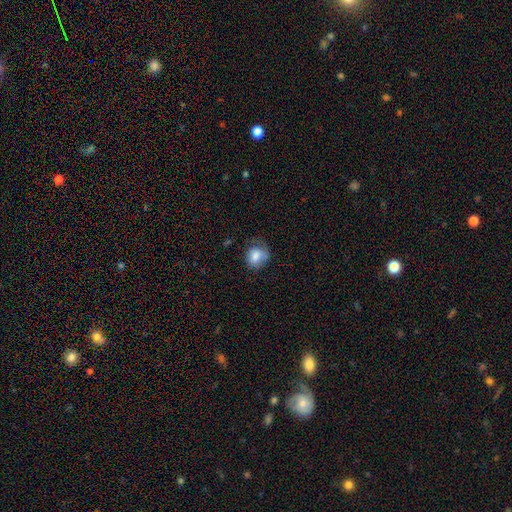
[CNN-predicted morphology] This appears to be a smooth galaxy with no disk features (75%) that is round (64%). Merging: none (47%).